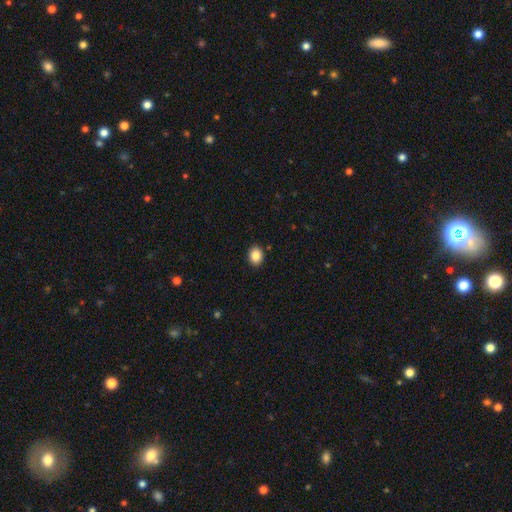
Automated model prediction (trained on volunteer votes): This is clearly a smooth galaxy (87%). How rounded: possibly round (54%). Merging: clearly none (90%).